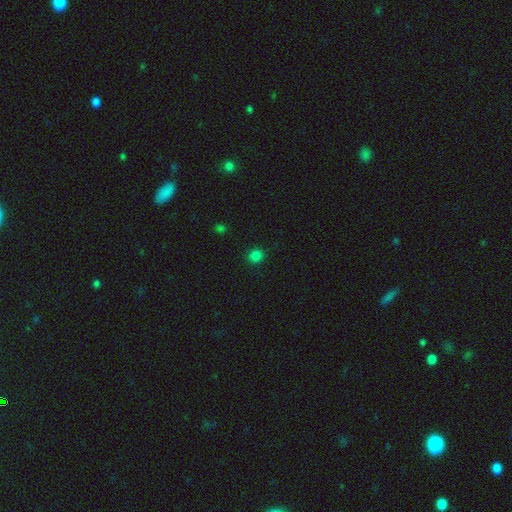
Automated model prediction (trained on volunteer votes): Morphology: type=smooth (81%); roundness=round (90%); merging=none (91%).